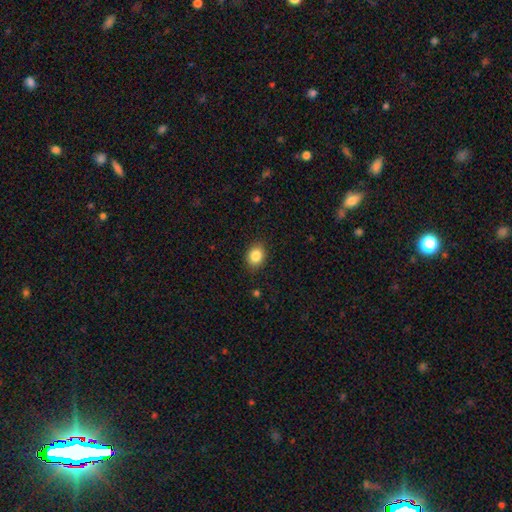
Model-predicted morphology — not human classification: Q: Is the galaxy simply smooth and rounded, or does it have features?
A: smooth — 85%.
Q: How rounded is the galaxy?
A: in between — 51%.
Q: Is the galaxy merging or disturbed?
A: none — 88%.